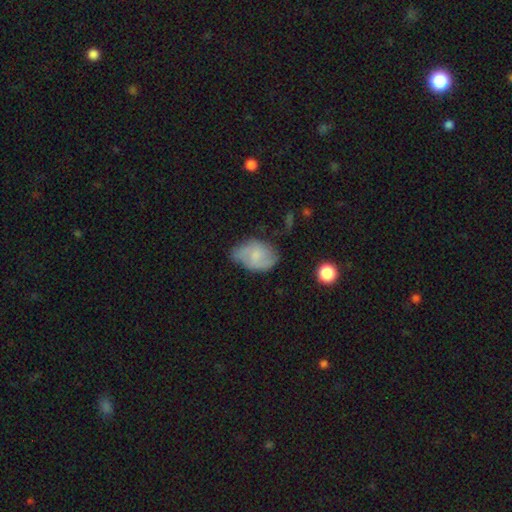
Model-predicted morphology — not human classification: Smooth or featured?
  - smooth: 59% *
  - featured or disk: 33%
  - star or artifact: 8%
How rounded?
  - in between: 81% *
  - round: 17%
  - cigar-shaped: 1%
Merging?
  - none: 47% *
  - minor disturbance: 39%
  - major disturbance: 12%
  - merger: 3%